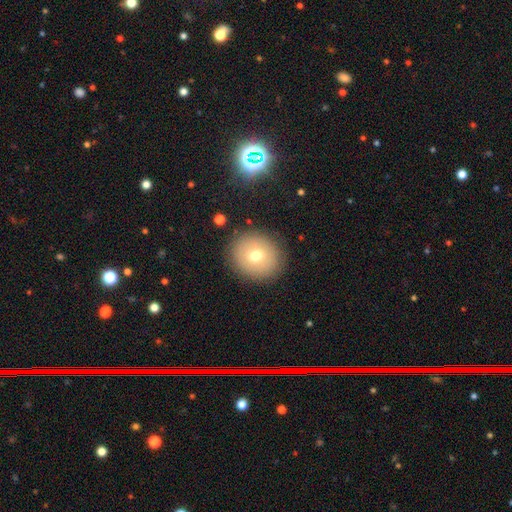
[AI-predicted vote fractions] Smooth or featured? smooth (70%)
How rounded? round (84%)
Merging? none (87%)